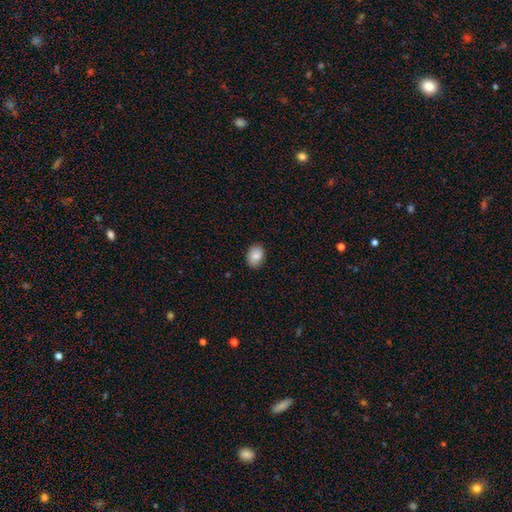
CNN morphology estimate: smooth_or_featured: smooth (p=0.86) [alt: star or artifact p=0.07]
how_rounded: in between (p=0.68) [alt: round p=0.31]
merging: none (p=0.88) [alt: minor disturbance p=0.09]